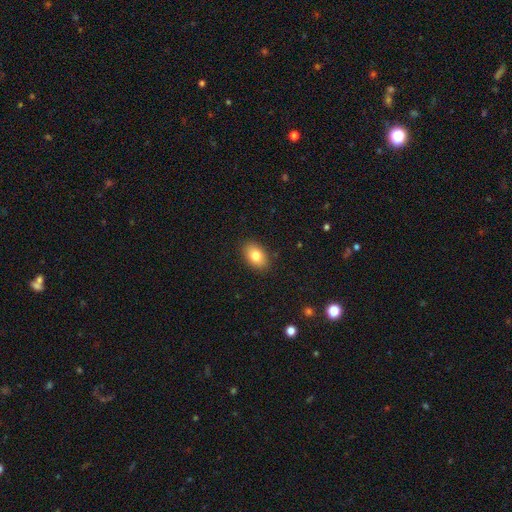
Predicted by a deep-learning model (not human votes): smooth-or-featured: smooth: 81% | featured or disk: 11% | star or artifact: 9%
  how-rounded: in between: 85% | round: 14% | cigar-shaped: 1%
  merging: none: 88% | minor disturbance: 9% | major disturbance: 2% | merger: 1%